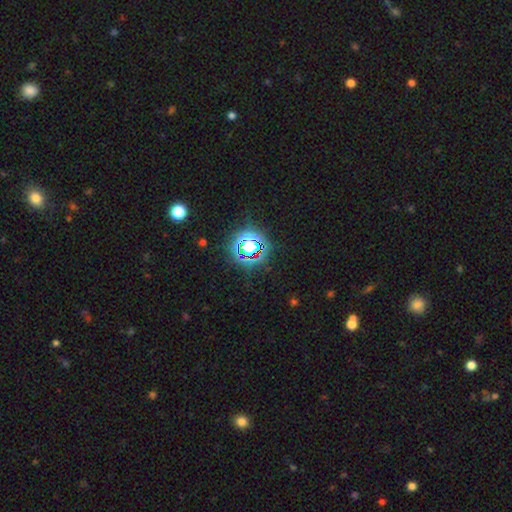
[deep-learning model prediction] smooth-or-featured: star or artifact: 77% | smooth: 16% | featured or disk: 7%